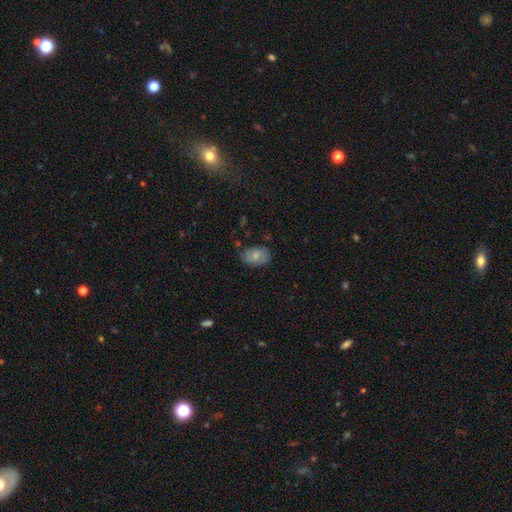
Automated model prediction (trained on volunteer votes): Smooth or featured? smooth (65%)
How rounded? in between (86%)
Merging? none (75%)